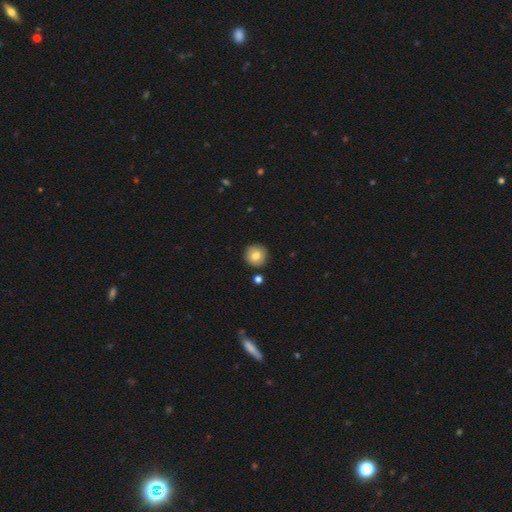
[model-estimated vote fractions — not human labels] A smooth galaxy with no disk features (81%) that is round (95%).

Vote fractions:
- Smooth or featured? smooth: 81% / featured or disk: 10% / star or artifact: 9%
- How rounded? round: 95% / in between: 4% / cigar-shaped: 1%
- Merging? none: 89% / minor disturbance: 6% / merger: 3% / major disturbance: 2%